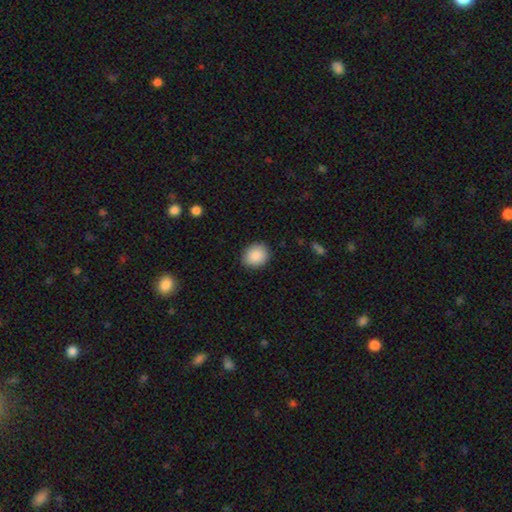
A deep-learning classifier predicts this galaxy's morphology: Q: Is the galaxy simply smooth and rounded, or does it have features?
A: smooth — 89%.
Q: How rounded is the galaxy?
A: round — 64%.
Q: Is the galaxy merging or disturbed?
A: none — 87%.